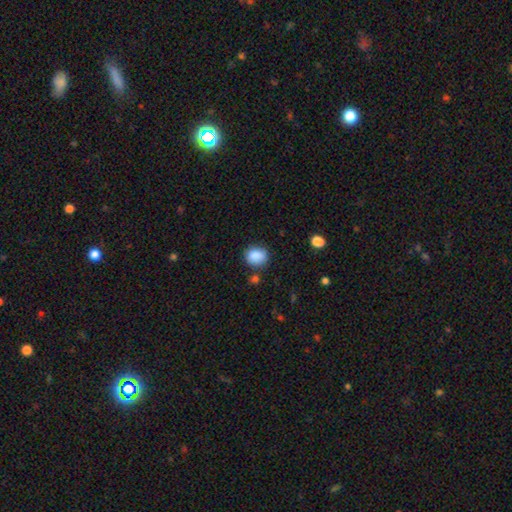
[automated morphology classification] type=smooth (87%); roundness=round (69%); merging=none (75%).